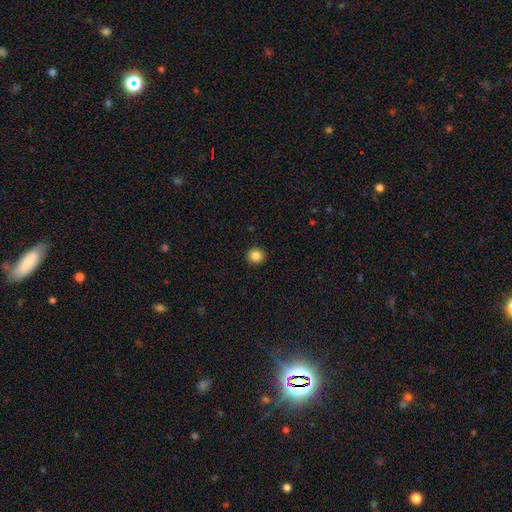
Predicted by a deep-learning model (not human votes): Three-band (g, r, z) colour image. It shows a smooth galaxy with no disk features (85%) that is round (92%). Merging: none (93%).